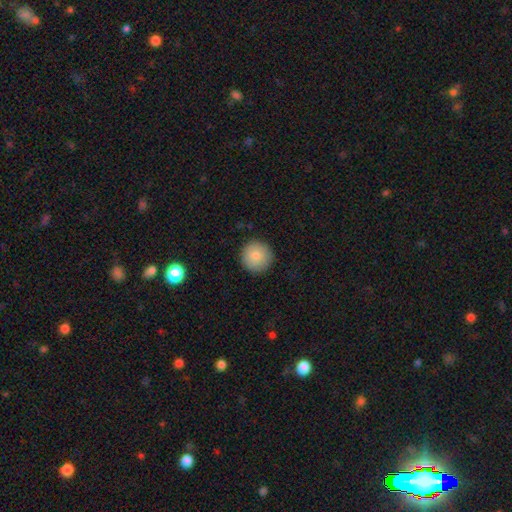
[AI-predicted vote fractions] The model was most divided on "smooth or featured": smooth: 86%, star or artifact: 8%, featured or disk: 7%. More confident: how rounded — round (96%); merging — none (91%).